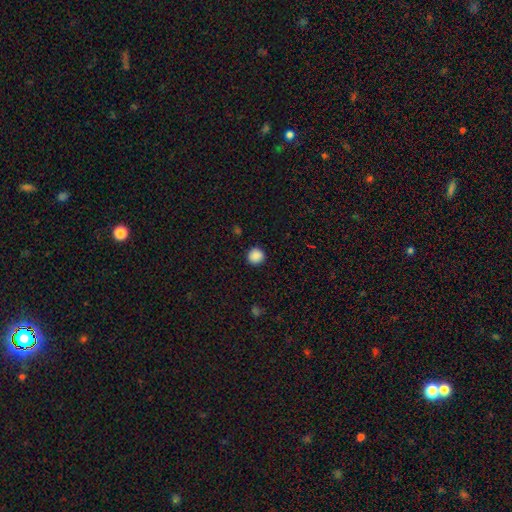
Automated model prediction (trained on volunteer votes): This appears to be a smooth galaxy with no disk features (88%) that is round (93%). Merging: none (92%).